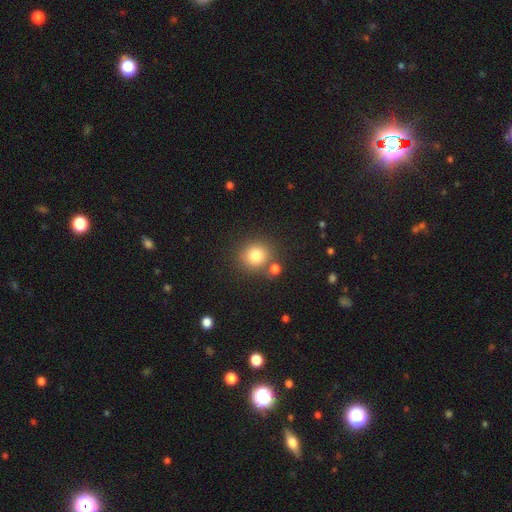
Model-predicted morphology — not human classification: smooth 80%, star or artifact 12%, featured or disk 8%. Down the decision tree: how rounded — round (85%); merging — none (75%).